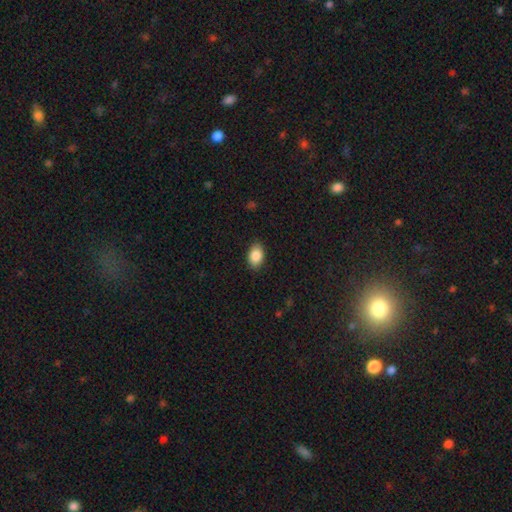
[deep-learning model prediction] smooth_or_featured: smooth (p=0.88) [alt: star or artifact p=0.07]
how_rounded: in between (p=0.87) [alt: round p=0.12]
merging: none (p=0.88) [alt: minor disturbance p=0.09]